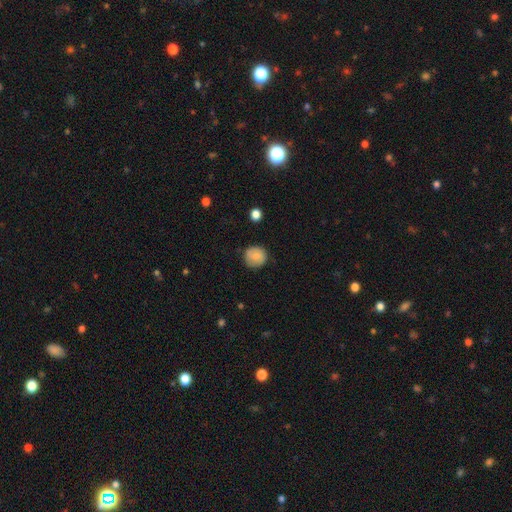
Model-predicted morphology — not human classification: Overall: smooth (78%). How rounded: round (90%). Merging: none (81%).